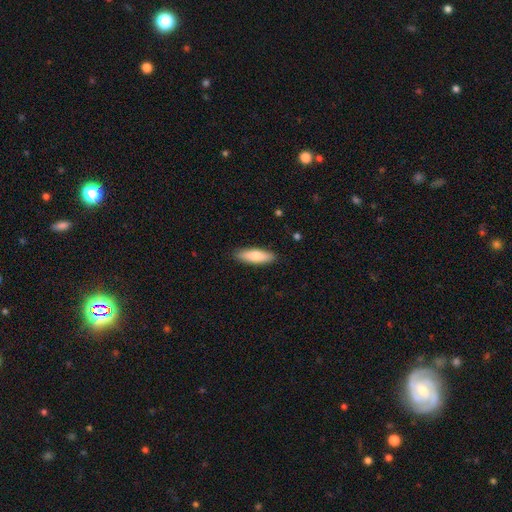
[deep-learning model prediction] The model was most divided on "how rounded": in between: 50%, cigar-shaped: 48%, round: 2%. More confident: merging — none (89%); smooth or featured — smooth (75%).